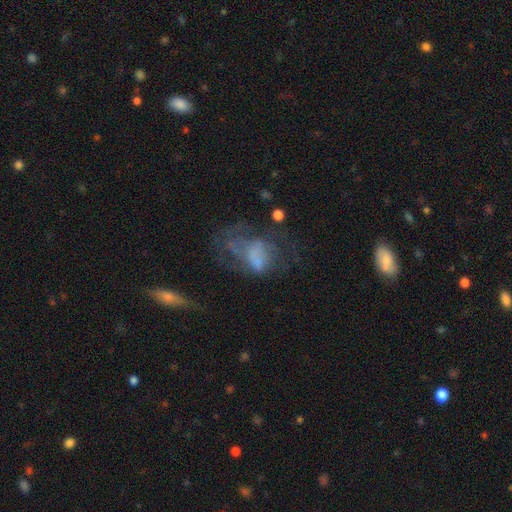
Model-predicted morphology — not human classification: The model was most divided on "smooth or featured": featured or disk: 48%, smooth: 35%, star or artifact: 16%. Remaining: merging — major disturbance (45%).